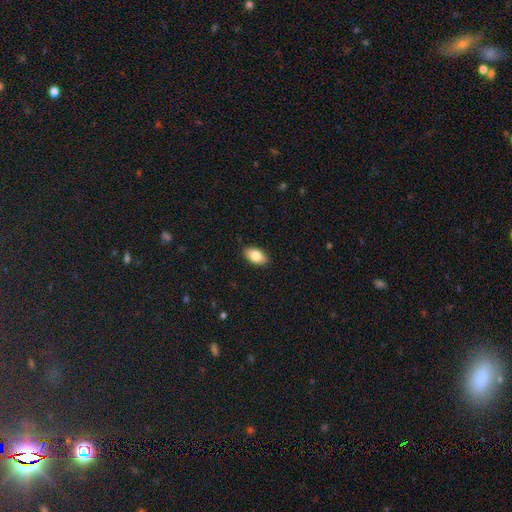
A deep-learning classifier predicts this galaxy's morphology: This appears to be a smooth galaxy with no disk features (81%) that is in between round and cigar-shaped (93%). Merging: none (89%).